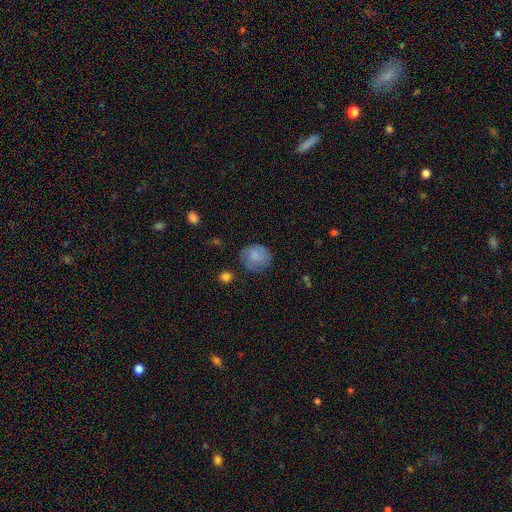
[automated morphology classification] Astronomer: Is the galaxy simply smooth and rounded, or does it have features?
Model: smooth — 76%.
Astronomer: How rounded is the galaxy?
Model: round — 81%.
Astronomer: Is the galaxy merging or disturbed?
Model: none — 67%.